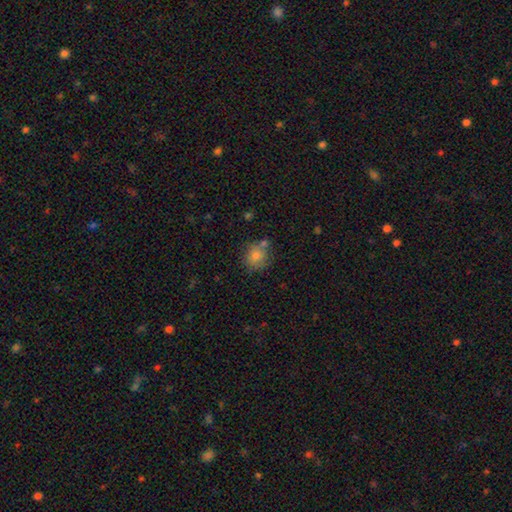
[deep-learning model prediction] This is likely a smooth galaxy (79%). How rounded: clearly round (80%). Merging: likely none (67%).